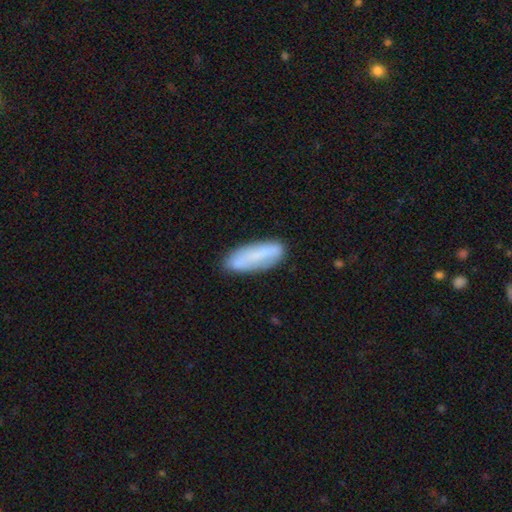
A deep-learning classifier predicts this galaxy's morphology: Smooth or featured: smooth — 70% (featured or disk — 22%)
How rounded: in between — 51% (cigar-shaped — 48%)
Merging: none — 77% (minor disturbance — 17%)